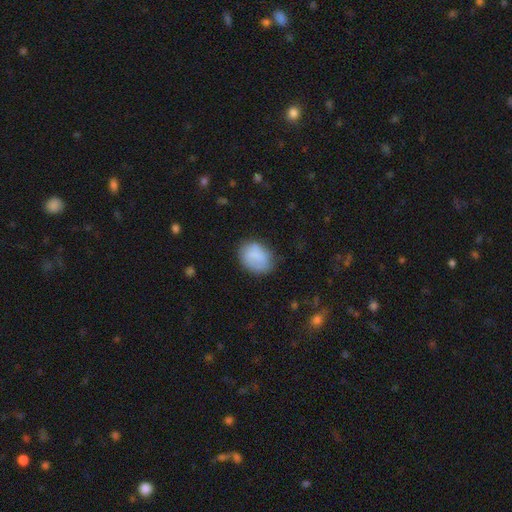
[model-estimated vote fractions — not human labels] A smooth galaxy with no disk features (77%) that is in between round and cigar-shaped (61%).

Vote fractions:
- Smooth or featured? smooth: 77% / featured or disk: 16% / star or artifact: 8%
- How rounded? in between: 61% / round: 38% / cigar-shaped: 1%
- Merging? none: 63% / minor disturbance: 26% / major disturbance: 8% / merger: 2%